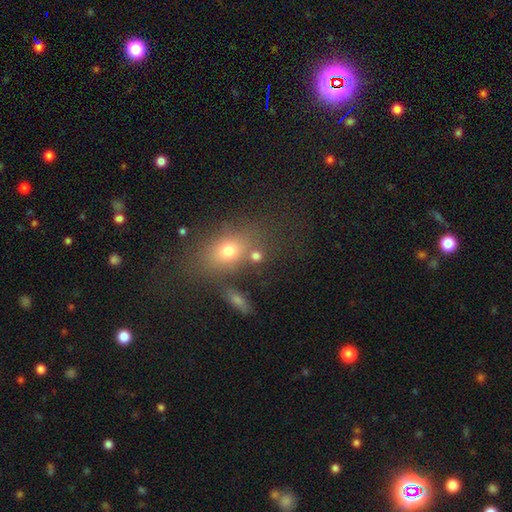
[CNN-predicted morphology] Smooth or featured?
  - smooth: 71% *
  - star or artifact: 17%
  - featured or disk: 12%
How rounded?
  - round: 56% *
  - in between: 41%
  - cigar-shaped: 3%
Merging?
  - none: 64% *
  - merger: 18%
  - minor disturbance: 12%
  - major disturbance: 6%